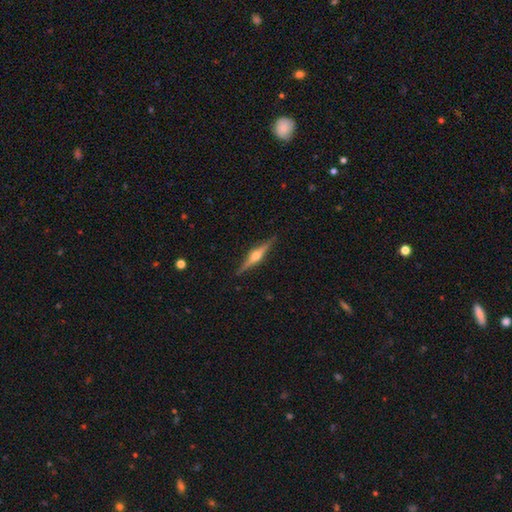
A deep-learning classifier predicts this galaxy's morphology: Smooth or featured: featured or disk — 80% (smooth — 15%)
Edge-on disk: yes — 98% (no — 2%)
Edge-on bulge: rounded — 94% (boxy — 4%)
Merging: none — 90% (minor disturbance — 7%)